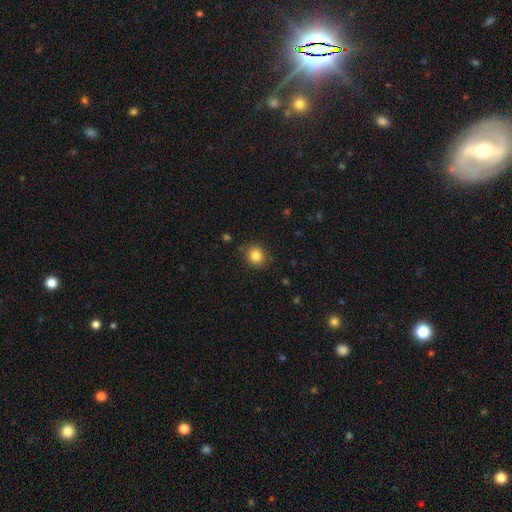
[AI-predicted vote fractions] A smooth galaxy with no disk features (84%) that is round (79%).

Vote fractions:
- Smooth or featured? smooth: 84% / star or artifact: 10% / featured or disk: 6%
- How rounded? round: 79% / in between: 20% / cigar-shaped: 1%
- Merging? none: 86% / minor disturbance: 10% / major disturbance: 3% / merger: 1%